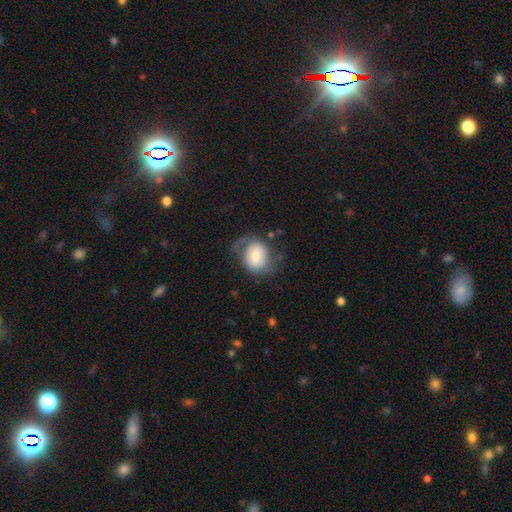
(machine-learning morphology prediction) This appears to be a smooth galaxy with no disk features (56%) that is round (61%). Merging: none (50%).